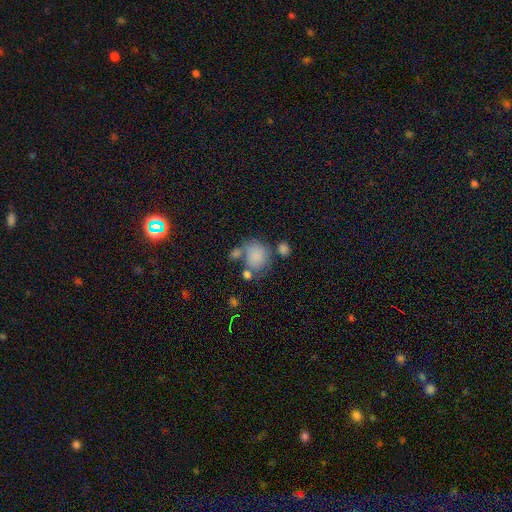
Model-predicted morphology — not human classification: A smooth galaxy with no disk features (79%) that is round (64%).

Vote fractions:
- Smooth or featured? smooth: 79% / featured or disk: 11% / star or artifact: 10%
- How rounded? round: 64% / in between: 35% / cigar-shaped: 1%
- Merging? none: 45% / merger: 25% / minor disturbance: 19% / major disturbance: 12%